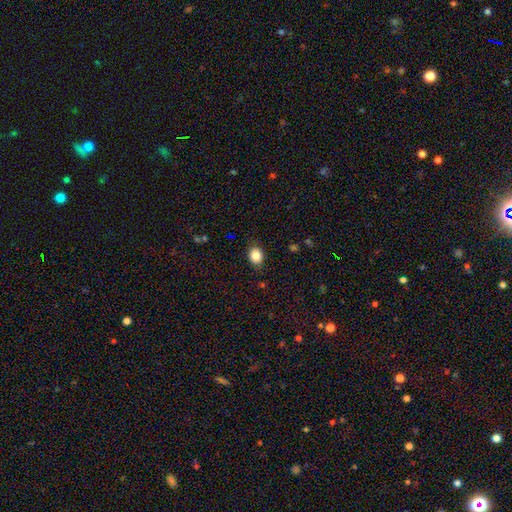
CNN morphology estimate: A smooth galaxy with no disk features (85%) that is in between round and cigar-shaped (54%). Merging: none (84%).